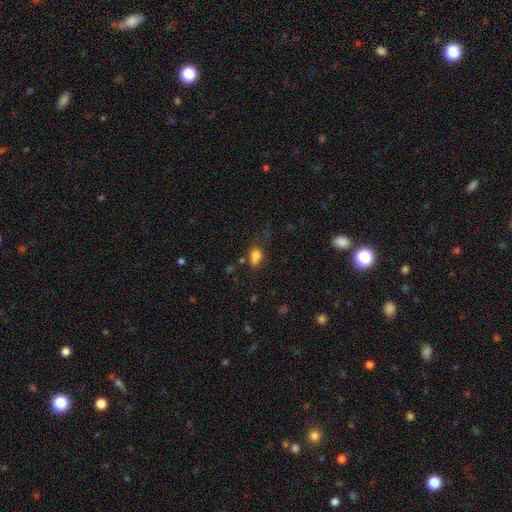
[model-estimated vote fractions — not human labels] Morphology: type=smooth (79%); roundness=in between (73%); merging=none (46%).